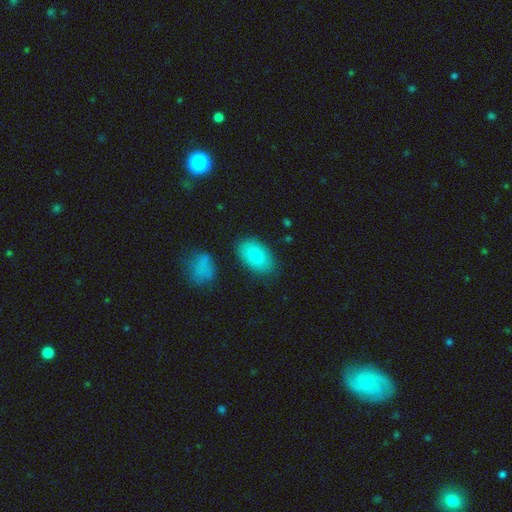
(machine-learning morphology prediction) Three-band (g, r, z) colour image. It shows a smooth galaxy with no disk features (80%) that is in between round and cigar-shaped (92%). Merging: none (82%).